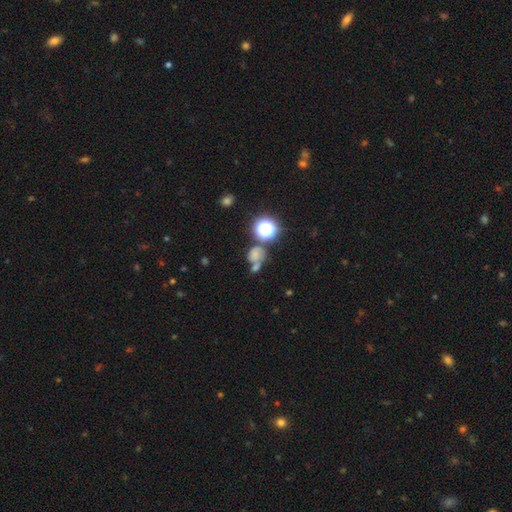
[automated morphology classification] Smooth or featured? smooth (55%)
How rounded? round (66%)
Merging? merger (44%)